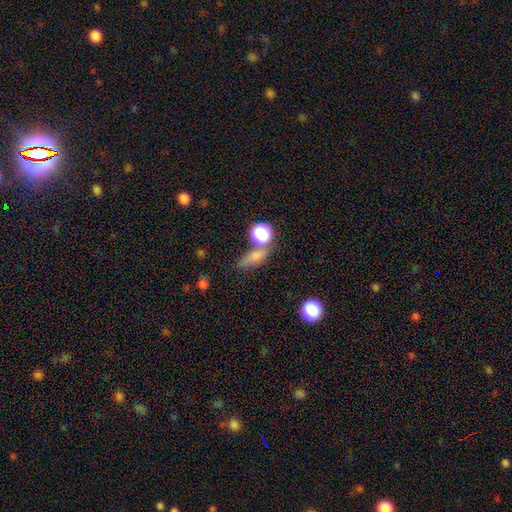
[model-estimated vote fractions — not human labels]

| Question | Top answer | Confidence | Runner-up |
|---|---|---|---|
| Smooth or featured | smooth | 67% | star or artifact (19%) |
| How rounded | in between | 46% | cigar-shaped (27%) |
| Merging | none | 51% | merger (23%) |